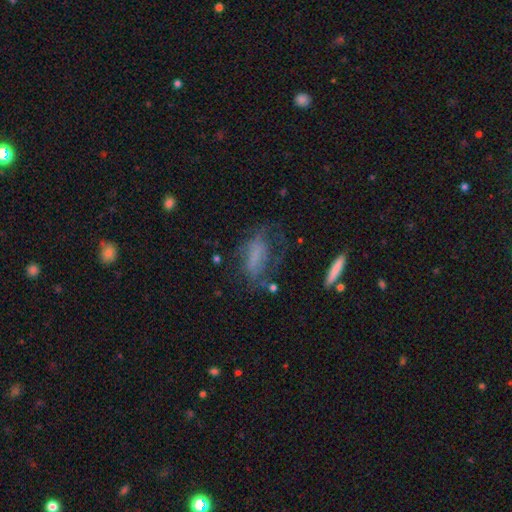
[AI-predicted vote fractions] Smooth or featured? smooth (46%)
Merging? none (40%)